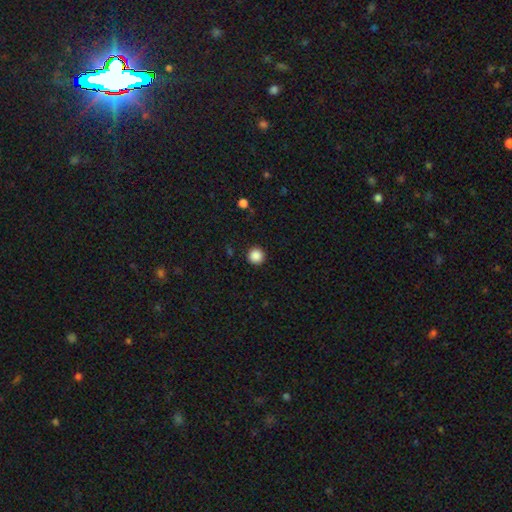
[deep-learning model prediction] Morphology: type=smooth (87%); roundness=round (96%); merging=none (92%).